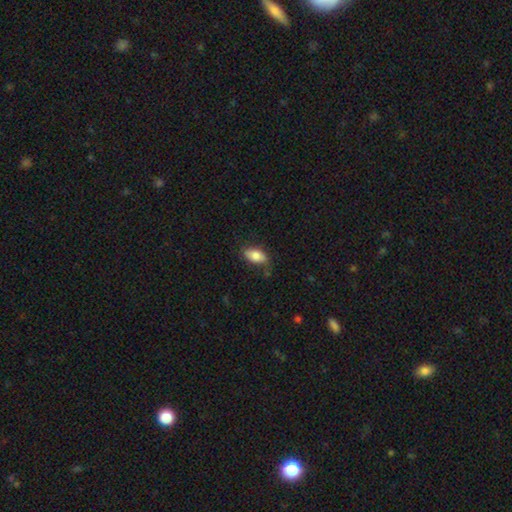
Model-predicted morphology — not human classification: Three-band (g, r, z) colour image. It shows a smooth galaxy with no disk features (80%) that is in between round and cigar-shaped (91%). Merging: none (71%).